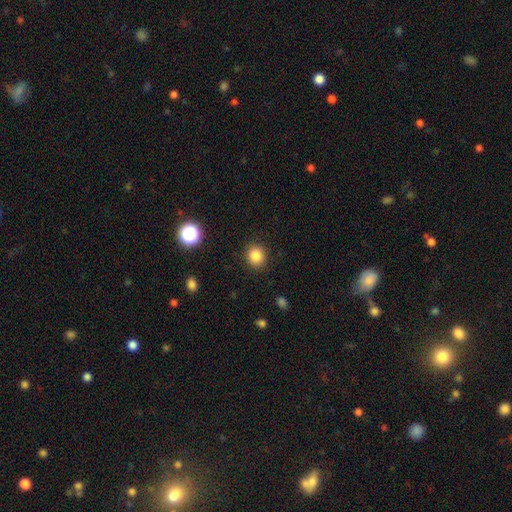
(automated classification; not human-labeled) smooth 84%, star or artifact 11%, featured or disk 5%. Down the decision tree: how rounded — round (80%); merging — none (90%).